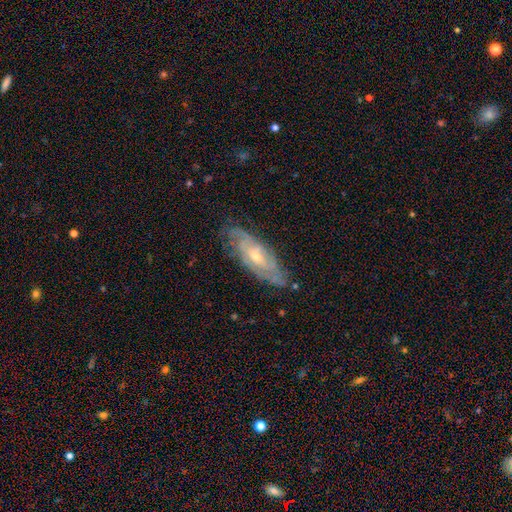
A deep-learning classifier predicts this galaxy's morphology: The model was most divided on "bulge size": moderate: 49%, small: 47%, large: 2%, none: 2%, dominant: 1%. Remaining: spiral arms — yes (91%); edge-on disk — no (85%); smooth or featured — featured or disk (79%); merging — none (74%); spiral winding — tight (60%); bar — no (55%); spiral arm count — can't tell (45%).